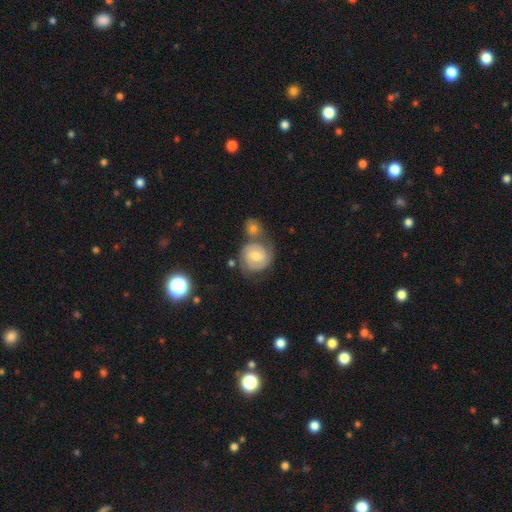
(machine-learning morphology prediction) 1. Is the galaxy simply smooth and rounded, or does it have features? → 66% featured or disk, 28% smooth, 6% star or artifact.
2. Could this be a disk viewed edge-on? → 98% no, 2% yes.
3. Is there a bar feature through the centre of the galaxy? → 51% no, 41% weak, 8% strong.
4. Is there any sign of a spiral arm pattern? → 91% yes, 9% no.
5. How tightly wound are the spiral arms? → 64% tight, 29% medium, 8% loose.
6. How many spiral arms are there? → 68% 2, 18% can't tell, 7% 3, 3% 1, 2% 4, 2% more than 4.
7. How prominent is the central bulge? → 60% moderate, 32% small, 4% large, 2% none, 1% dominant.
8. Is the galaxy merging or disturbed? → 48% none, 31% merger, 14% minor disturbance, 6% major disturbance.